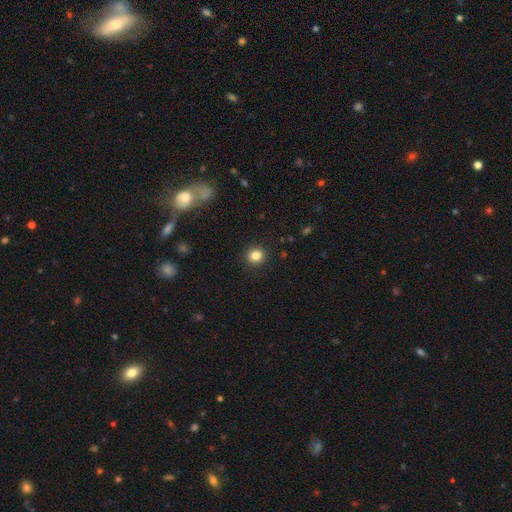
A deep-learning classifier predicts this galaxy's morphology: Smooth or featured? smooth (84%)
How rounded? round (83%)
Merging? none (91%)